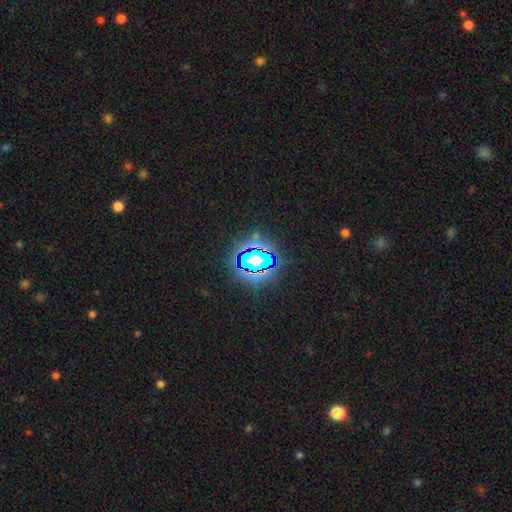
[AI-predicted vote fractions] A star or artifact, not a galaxy (76%).

Vote fractions:
- Smooth or featured? star or artifact: 76% / smooth: 16% / featured or disk: 9%